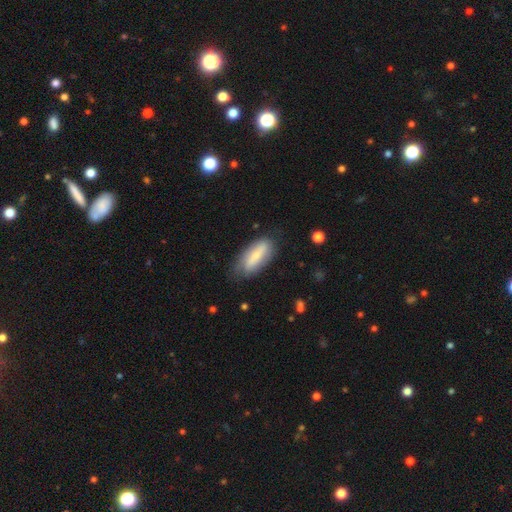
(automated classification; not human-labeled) smooth 60%, featured or disk 34%, star or artifact 6%. Down the decision tree: how rounded — in between (72%); merging — none (73%).